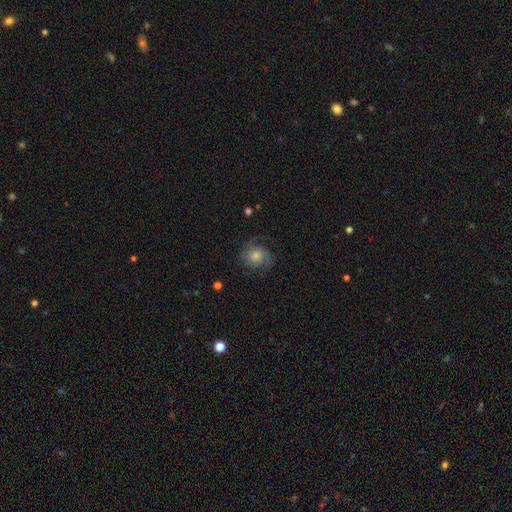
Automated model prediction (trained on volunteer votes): Smooth or featured? Predicted: featured or disk (p=0.53). Edge-on disk? Predicted: no (p=0.97). Bar? Predicted: no (p=0.77). Spiral arms? Predicted: yes (p=0.90). Bulge size? Predicted: moderate (p=0.54). Merging? Predicted: none (p=0.73).